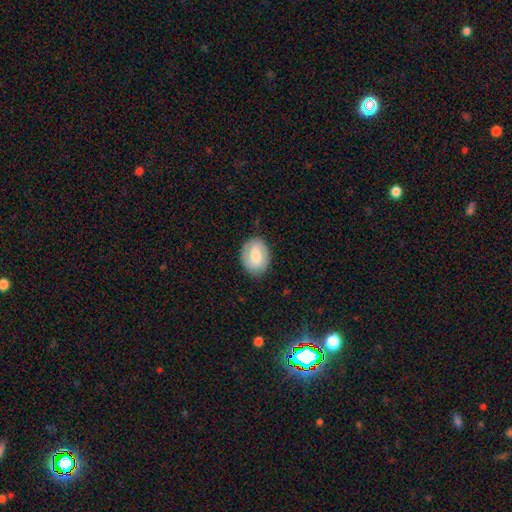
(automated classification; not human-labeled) A smooth galaxy with no disk features (61%) that is in between round and cigar-shaped (71%).

Vote fractions:
- Smooth or featured? smooth: 61% / featured or disk: 32% / star or artifact: 7%
- How rounded? in between: 71% / round: 28% / cigar-shaped: 1%
- Merging? none: 82% / minor disturbance: 14% / major disturbance: 4% / merger: 1%